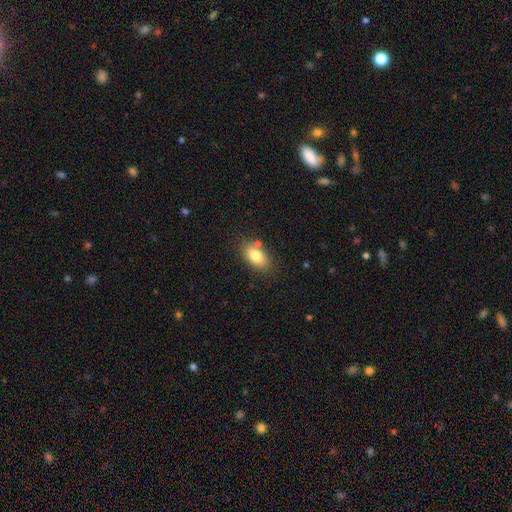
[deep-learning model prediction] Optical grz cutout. It shows a smooth galaxy with no disk features (80%) that is in between round and cigar-shaped (90%). Merging: none (76%).